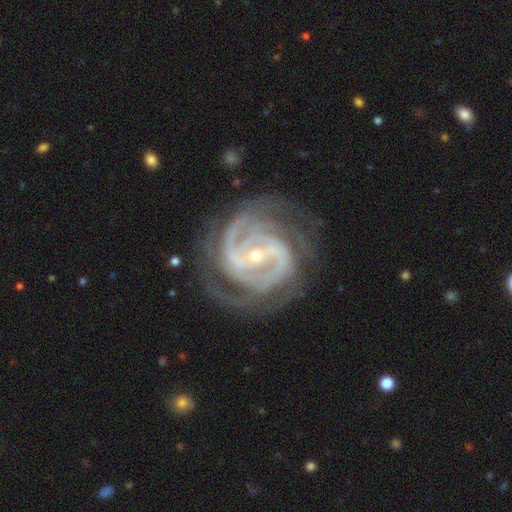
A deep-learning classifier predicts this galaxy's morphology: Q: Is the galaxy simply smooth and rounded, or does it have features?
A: featured or disk — 93%.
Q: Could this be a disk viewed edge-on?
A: no — 98%.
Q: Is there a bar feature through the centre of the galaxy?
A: strong — 45%.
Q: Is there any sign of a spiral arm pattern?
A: yes — 98%.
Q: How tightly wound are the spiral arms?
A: tight — 60%.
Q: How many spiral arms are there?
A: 2 — 40%.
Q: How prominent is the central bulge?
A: small — 72%.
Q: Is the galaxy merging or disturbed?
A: none — 75%.